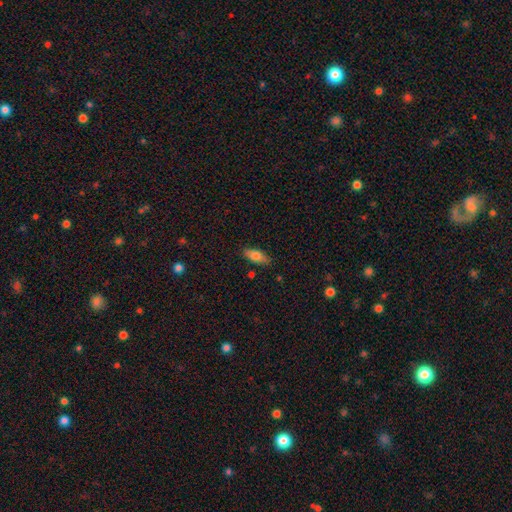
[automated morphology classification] smooth_or_featured: smooth (p=0.77) [alt: featured or disk p=0.16]
how_rounded: in between (p=0.80) [alt: cigar-shaped p=0.17]
merging: none (p=0.85) [alt: minor disturbance p=0.11]